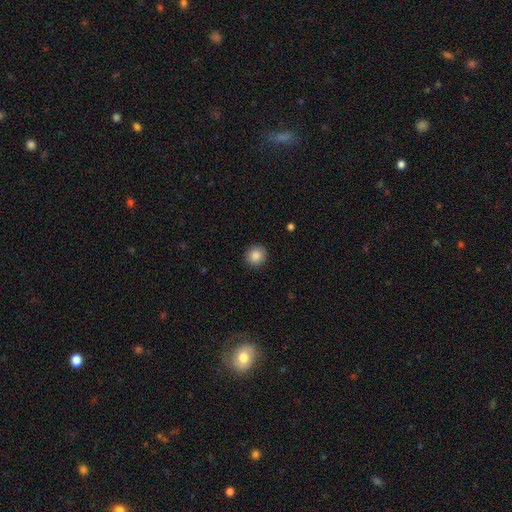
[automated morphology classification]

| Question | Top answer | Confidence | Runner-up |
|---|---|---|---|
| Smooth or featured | smooth | 86% | star or artifact (9%) |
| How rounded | round | 92% | in between (8%) |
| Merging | none | 92% | minor disturbance (6%) |